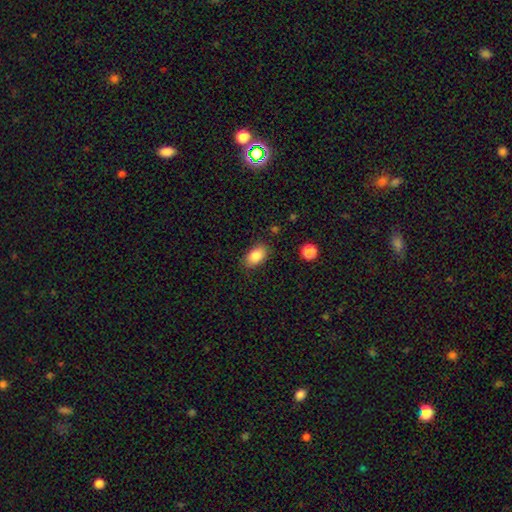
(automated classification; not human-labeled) Q: Smooth or featured?
A: smooth (85%); runner-up: star or artifact (8%)
Q: How rounded?
A: in between (89%); runner-up: round (9%)
Q: Merging?
A: none (84%); runner-up: minor disturbance (11%)